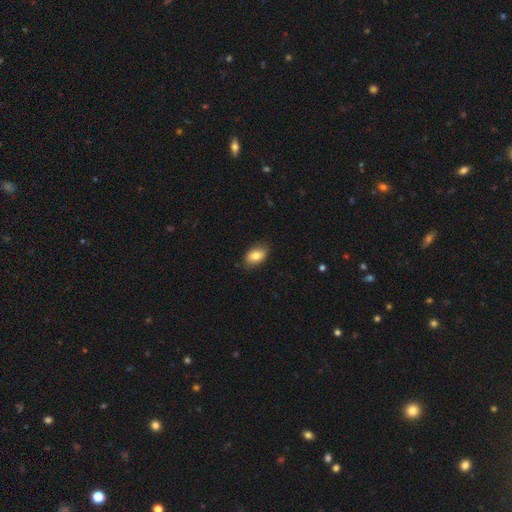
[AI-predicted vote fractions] Smooth or featured: smooth — 80% (featured or disk — 13%)
How rounded: in between — 89% (round — 10%)
Merging: none — 81% (minor disturbance — 15%)